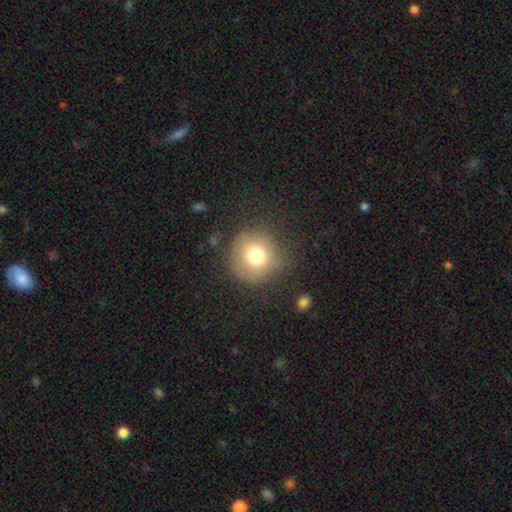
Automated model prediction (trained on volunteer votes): This appears to be a smooth galaxy with no disk features (76%) that is round (93%). Merging: none (77%).